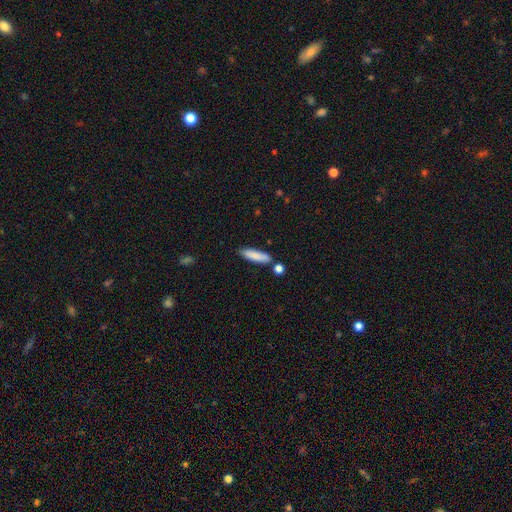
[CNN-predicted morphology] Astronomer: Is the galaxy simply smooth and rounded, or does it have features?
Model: smooth — 84%.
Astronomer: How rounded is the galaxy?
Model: cigar-shaped — 70%.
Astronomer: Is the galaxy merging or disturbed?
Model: none — 79%.